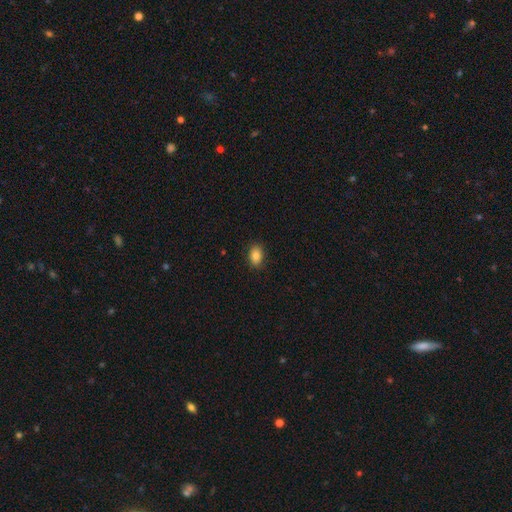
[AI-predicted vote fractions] smooth_or_featured: smooth (p=0.87) [alt: star or artifact p=0.08]
how_rounded: in between (p=0.84) [alt: round p=0.15]
merging: none (p=0.88) [alt: minor disturbance p=0.09]